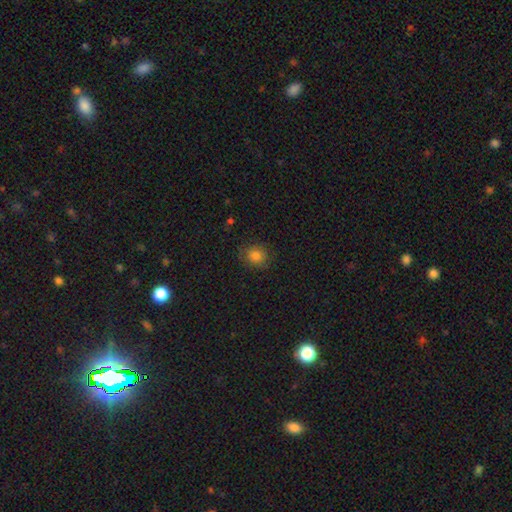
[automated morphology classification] smooth 81%, star or artifact 13%, featured or disk 6%. Down the decision tree: how rounded — round (79%); merging — none (84%).